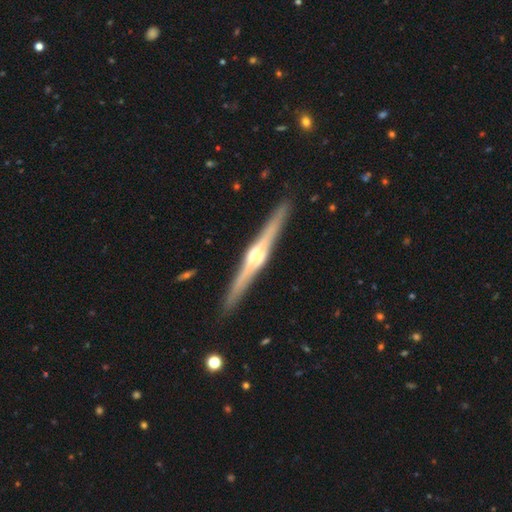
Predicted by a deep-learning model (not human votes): Smooth or featured? featured or disk (85%)
Edge-on disk? yes (98%)
Edge-on bulge? rounded (85%)
Merging? none (91%)